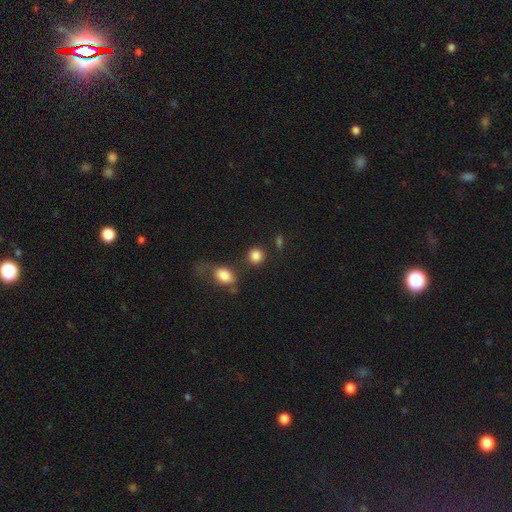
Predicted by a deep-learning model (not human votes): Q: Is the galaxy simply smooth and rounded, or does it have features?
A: smooth — 86%.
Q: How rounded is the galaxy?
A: round — 83%.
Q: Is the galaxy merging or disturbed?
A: none — 77%.